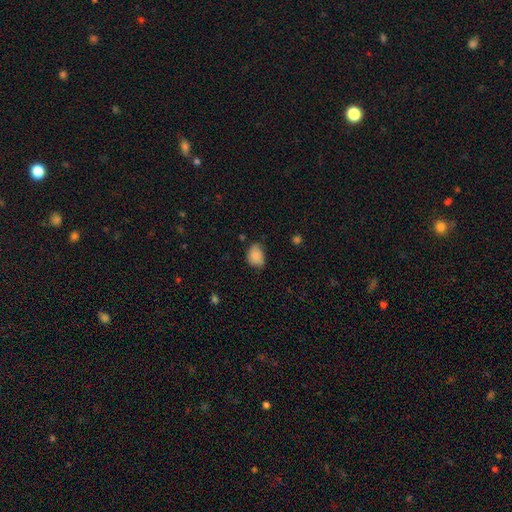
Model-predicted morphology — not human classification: Q: Smooth or featured?
A: smooth (85%); runner-up: star or artifact (8%)
Q: How rounded?
A: in between (64%); runner-up: round (35%)
Q: Merging?
A: none (59%); runner-up: minor disturbance (33%)